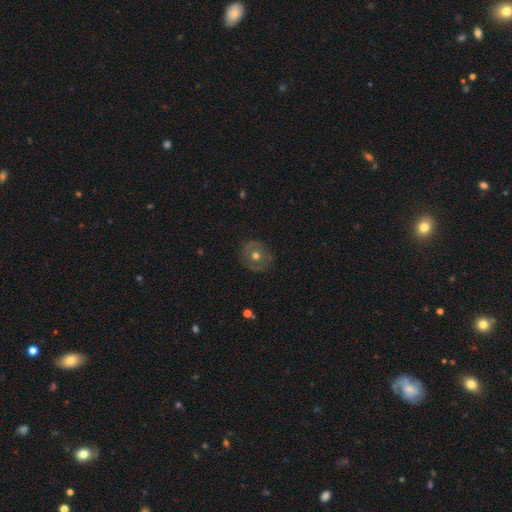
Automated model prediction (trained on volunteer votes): Overall: featured or disk (46%; smooth 44%). Merging: none (83%).